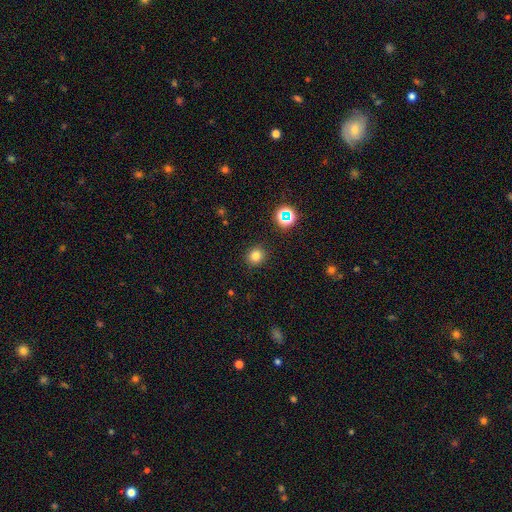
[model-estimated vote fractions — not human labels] This is likely a smooth galaxy (79%). How rounded: clearly round (84%). Merging: clearly none (89%).